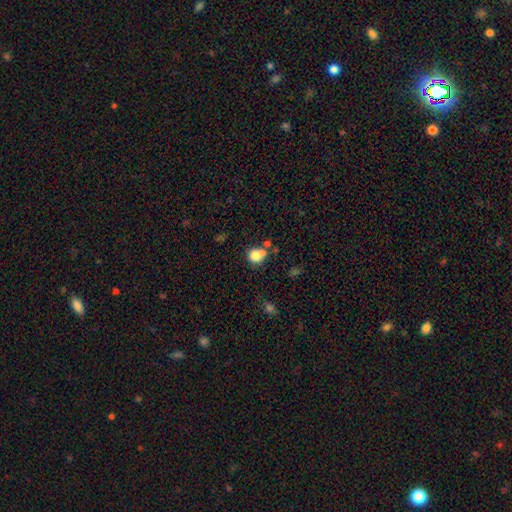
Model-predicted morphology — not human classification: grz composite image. It shows a smooth galaxy with no disk features (79%) that is round (75%). Merging: none (45%).